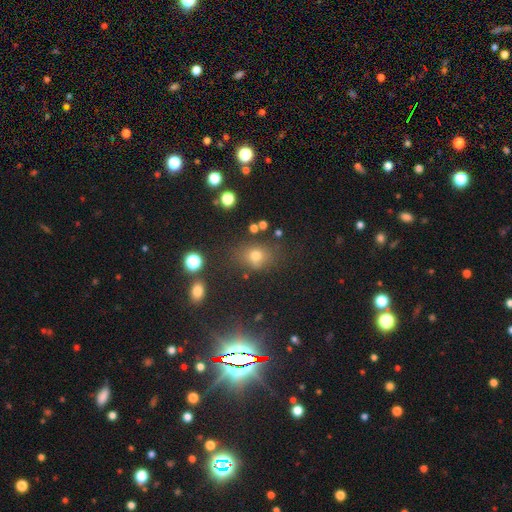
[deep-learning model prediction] Q: Smooth or featured?
A: smooth (70%); runner-up: star or artifact (20%)
Q: How rounded?
A: round (52%); runner-up: in between (47%)
Q: Merging?
A: none (70%); runner-up: minor disturbance (16%)